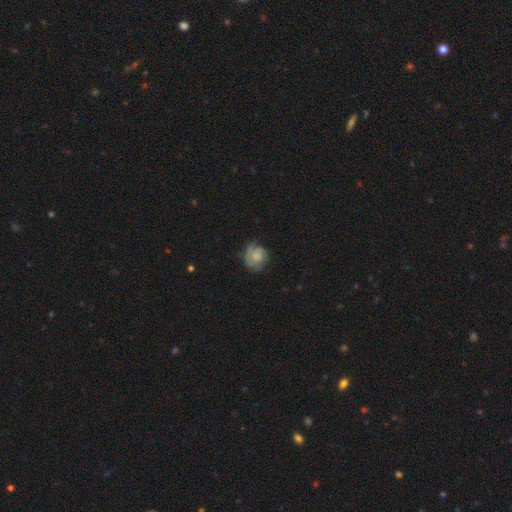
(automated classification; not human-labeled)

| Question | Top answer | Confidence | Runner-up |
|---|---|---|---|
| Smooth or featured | featured or disk | 57% | smooth (35%) |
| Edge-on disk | no | 97% | yes (3%) |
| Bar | no | 76% | weak (21%) |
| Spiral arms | yes | 86% | no (14%) |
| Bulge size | small | 40% | moderate (29%) |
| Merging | none | 60% | minor disturbance (25%) |